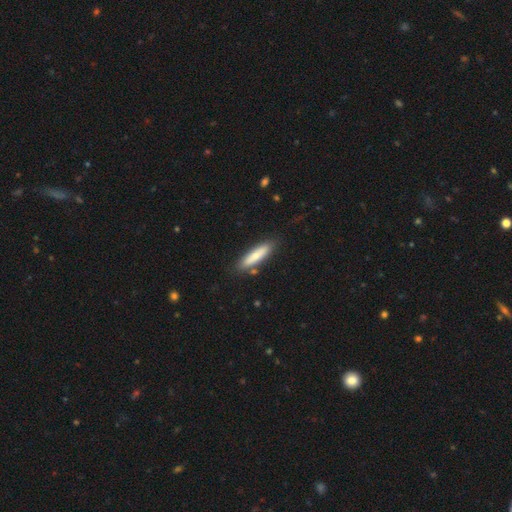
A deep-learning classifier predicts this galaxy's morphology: smooth-or-featured: smooth: 72% | featured or disk: 22% | star or artifact: 6%
  how-rounded: cigar-shaped: 71% | in between: 27% | round: 1%
  merging: none: 83% | minor disturbance: 11% | merger: 4% | major disturbance: 2%